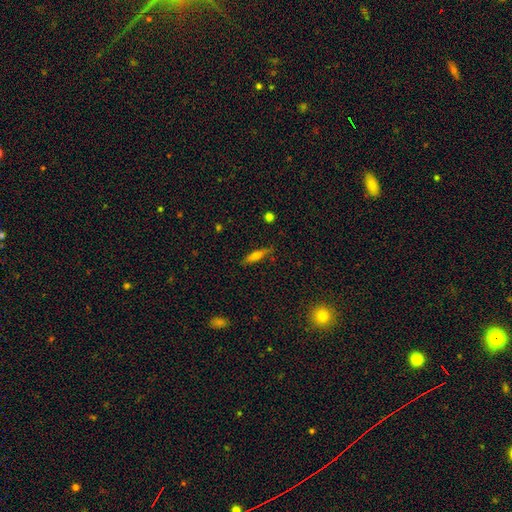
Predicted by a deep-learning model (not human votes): Smooth or featured? smooth (58%)
How rounded? cigar-shaped (77%)
Merging? none (82%)